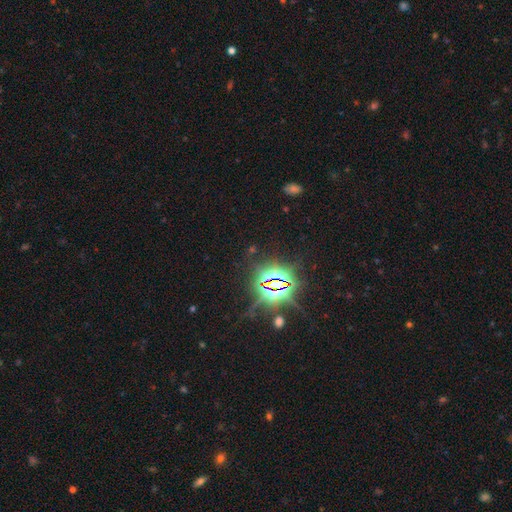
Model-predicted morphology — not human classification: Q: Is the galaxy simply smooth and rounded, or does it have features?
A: star or artifact — 86%.